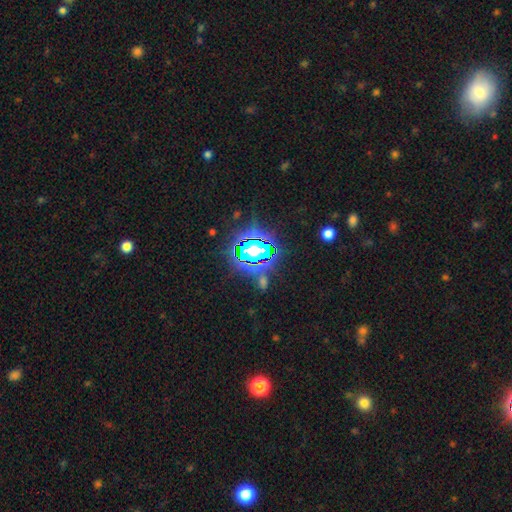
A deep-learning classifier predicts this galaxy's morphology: smooth_or_featured: star or artifact (p=0.80) [alt: smooth p=0.12]